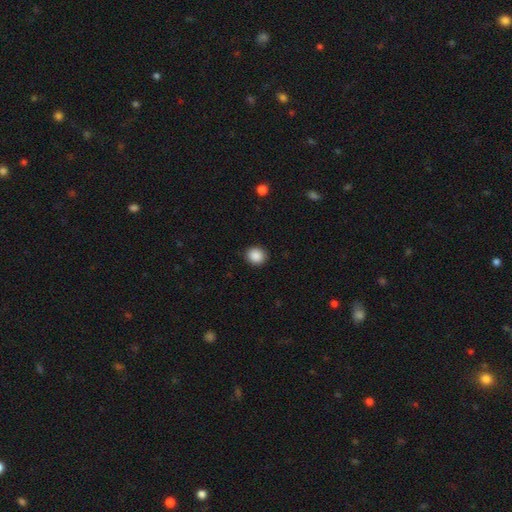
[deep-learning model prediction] Smooth or featured? smooth (89%)
How rounded? round (84%)
Merging? none (91%)